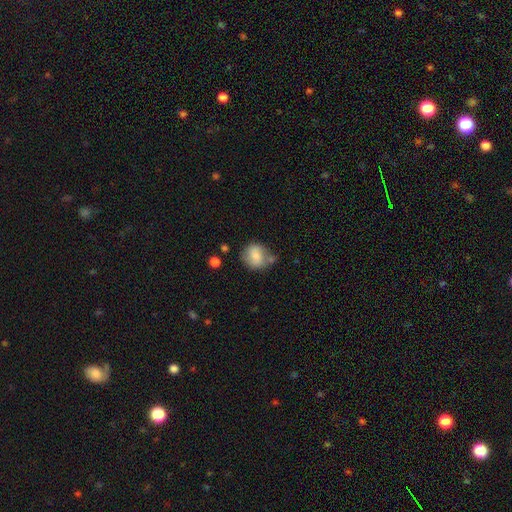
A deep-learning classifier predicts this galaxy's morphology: smooth-or-featured: smooth: 77% | featured or disk: 15% | star or artifact: 8%
  how-rounded: round: 71% | in between: 28% | cigar-shaped: 1%
  merging: none: 54% | minor disturbance: 24% | merger: 14% | major disturbance: 8%